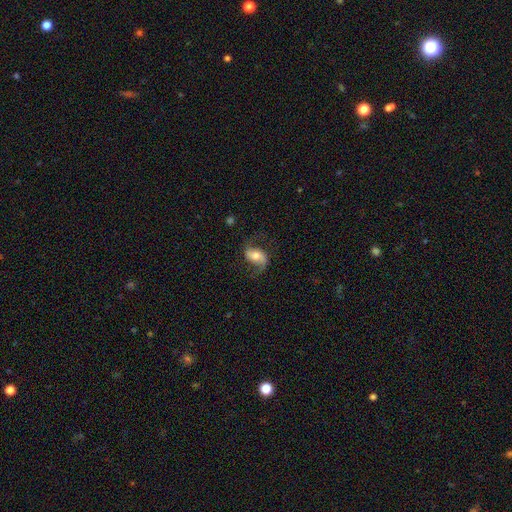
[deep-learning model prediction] This is likely a featured or disk galaxy (69%). It is clearly not viewed edge-on (95%). Bar: marginally no (39%). Spiral arm pattern: clearly yes (92%). Spiral arm count: clearly 2 (89%). Spiral winding: likely loose (66%). Central bulge: likely moderate (62%). Merging: likely none (69%).